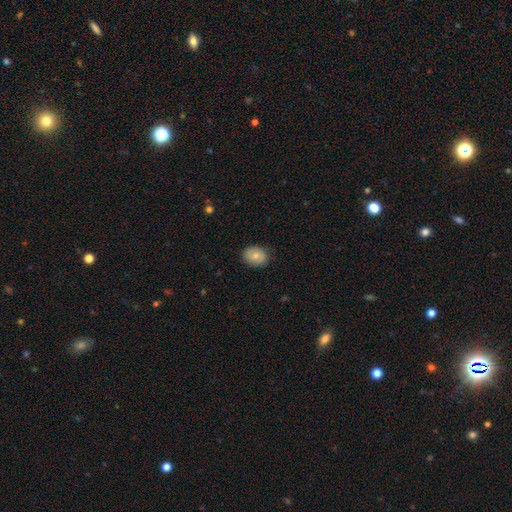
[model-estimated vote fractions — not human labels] The model was most divided on "how rounded": in between: 61%, round: 38%, cigar-shaped: 1%. More confident: merging — none (85%); smooth or featured — smooth (74%).